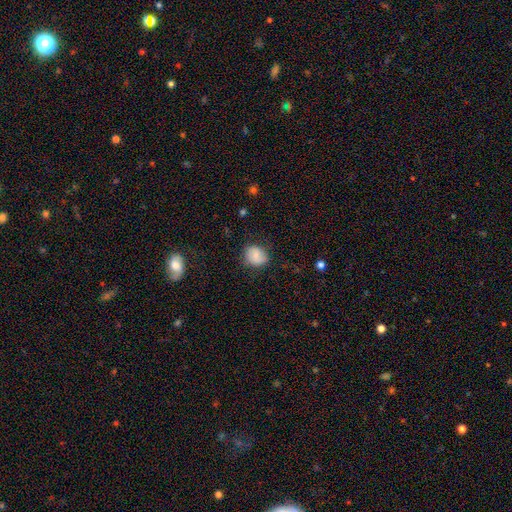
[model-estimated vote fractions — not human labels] Morphology: type=smooth (78%); roundness=round (71%); merging=none (75%).